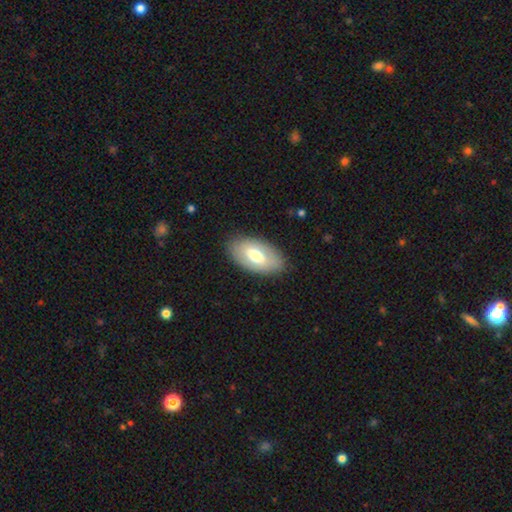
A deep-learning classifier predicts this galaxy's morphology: A smooth galaxy with no disk features (60%) that is in between round and cigar-shaped (94%). Merging: none (84%).